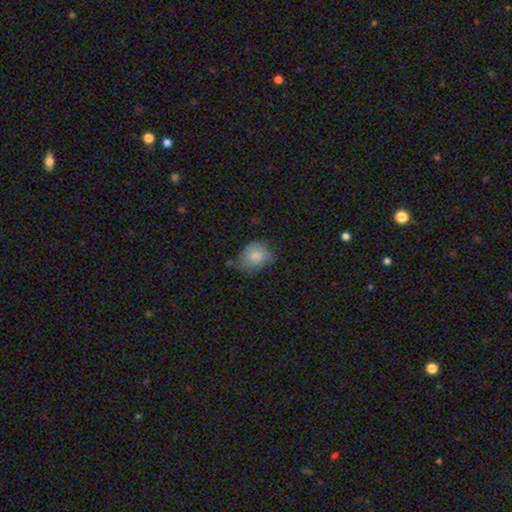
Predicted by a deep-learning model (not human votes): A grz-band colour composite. It shows a smooth galaxy with no disk features (79%) that is in between round and cigar-shaped (54%). Merging: none (53%).